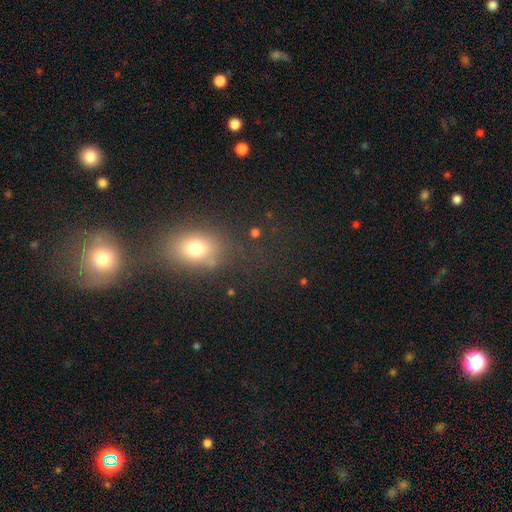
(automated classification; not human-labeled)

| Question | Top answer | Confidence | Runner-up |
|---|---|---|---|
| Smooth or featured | smooth | 60% | star or artifact (30%) |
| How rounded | in between | 54% | round (43%) |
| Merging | none | 61% | merger (20%) |